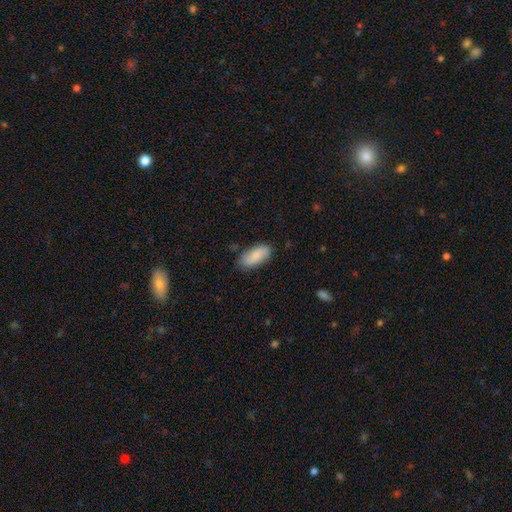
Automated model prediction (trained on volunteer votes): This is clearly a smooth galaxy (82%). How rounded: clearly in between (90%). Merging: likely none (76%).